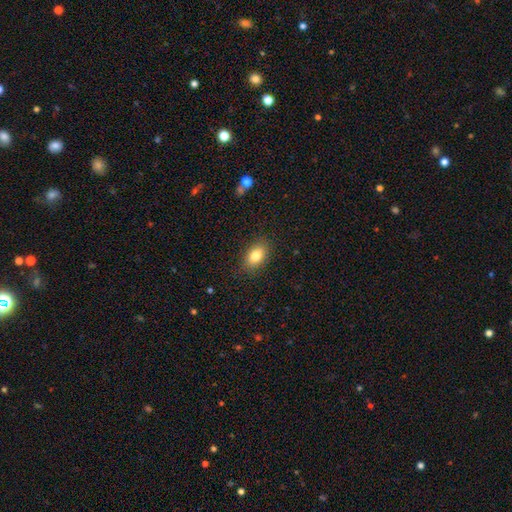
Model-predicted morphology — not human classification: smooth_or_featured: smooth (p=0.82) [alt: featured or disk p=0.09]
how_rounded: in between (p=0.86) [alt: round p=0.12]
merging: none (p=0.86) [alt: minor disturbance p=0.10]